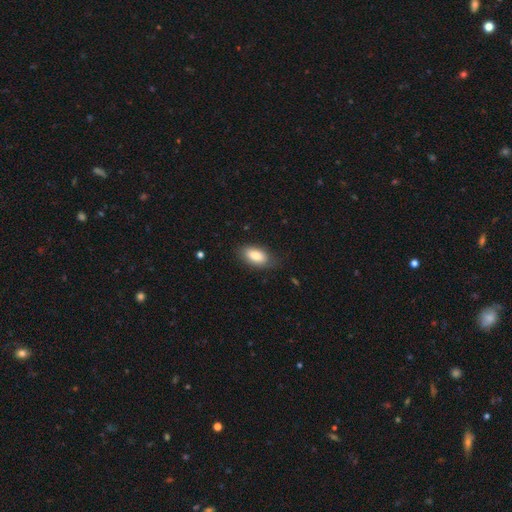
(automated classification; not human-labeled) This is clearly a smooth galaxy (85%). How rounded: clearly in between (91%). Merging: likely none (77%).